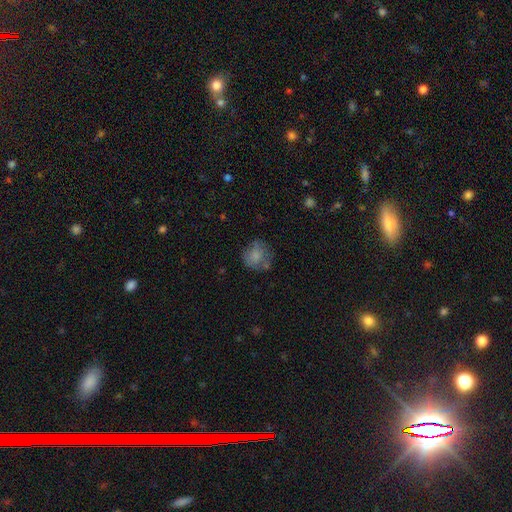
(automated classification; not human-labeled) Smooth or featured? smooth (74%)
How rounded? round (84%)
Merging? none (61%)